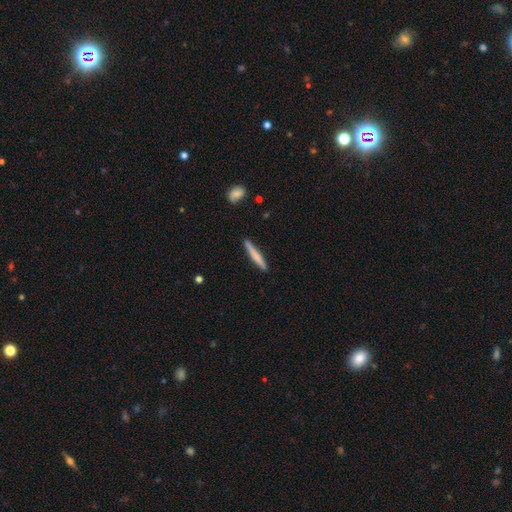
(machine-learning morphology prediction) A smooth galaxy with no disk features (66%) that is cigar-shaped (96%). Merging: none (88%).